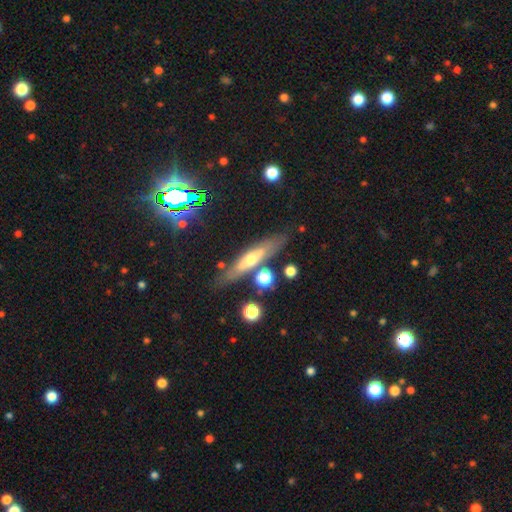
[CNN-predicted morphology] featured or disk 54%, smooth 29%, star or artifact 17%. Down the decision tree: edge-on disk — yes (81%); merging — none (78%).